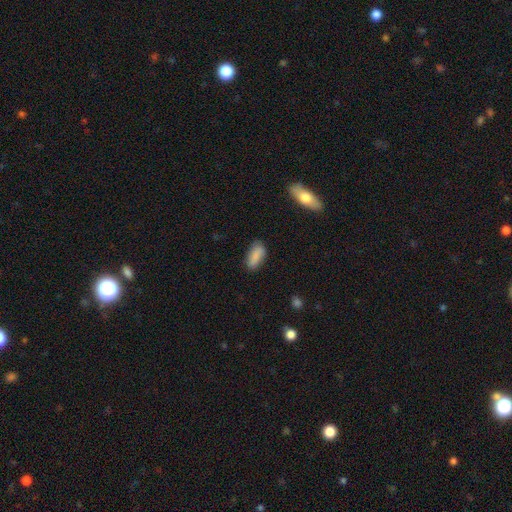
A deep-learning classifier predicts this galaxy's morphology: Smooth or featured? smooth (86%)
How rounded? in between (81%)
Merging? none (75%)